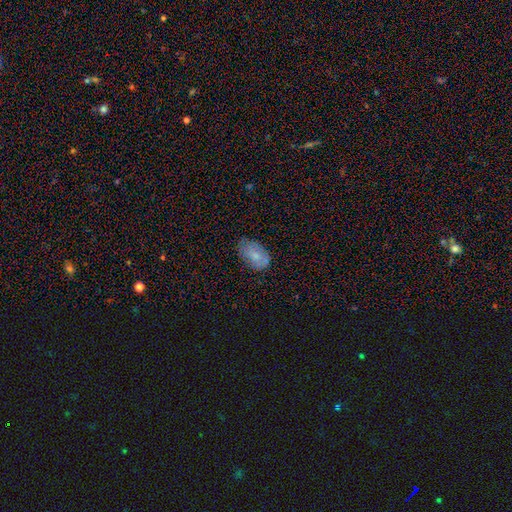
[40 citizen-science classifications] Smooth or featured: smooth — 75% (featured or disk — 12%)
How rounded: in between — 90% (round — 10%)
Merging: none — 71% (minor disturbance — 20%)